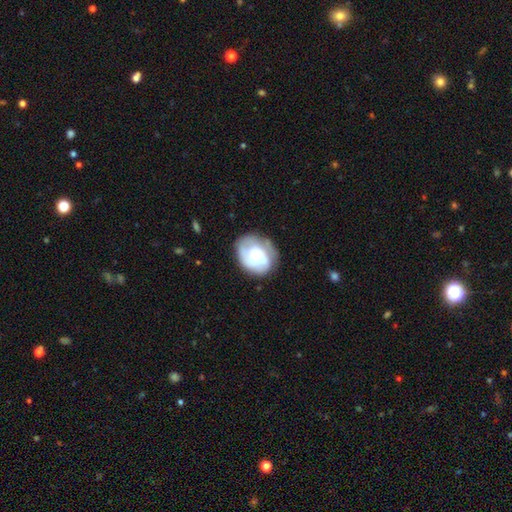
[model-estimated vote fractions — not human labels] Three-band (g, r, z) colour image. It shows a featured or disk galaxy (50%). Merging: none (58%).